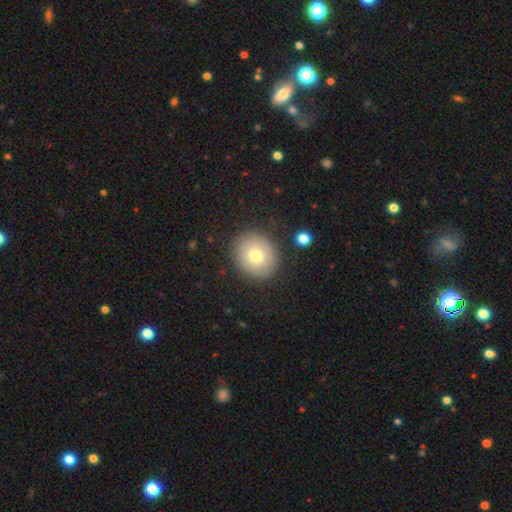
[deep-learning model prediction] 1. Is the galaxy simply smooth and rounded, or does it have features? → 73% smooth, 17% featured or disk, 10% star or artifact.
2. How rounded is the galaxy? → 76% round, 23% in between, 1% cigar-shaped.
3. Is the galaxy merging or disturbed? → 85% none, 10% minor disturbance, 3% major disturbance, 2% merger.